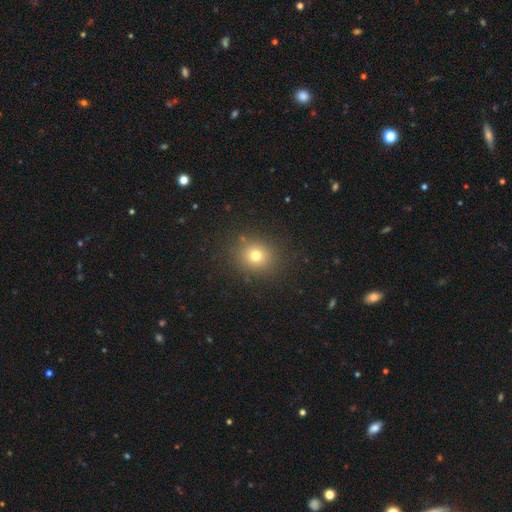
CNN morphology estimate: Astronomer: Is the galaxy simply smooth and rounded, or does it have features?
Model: smooth — 73%.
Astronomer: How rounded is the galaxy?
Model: round — 81%.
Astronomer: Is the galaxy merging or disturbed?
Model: none — 86%.